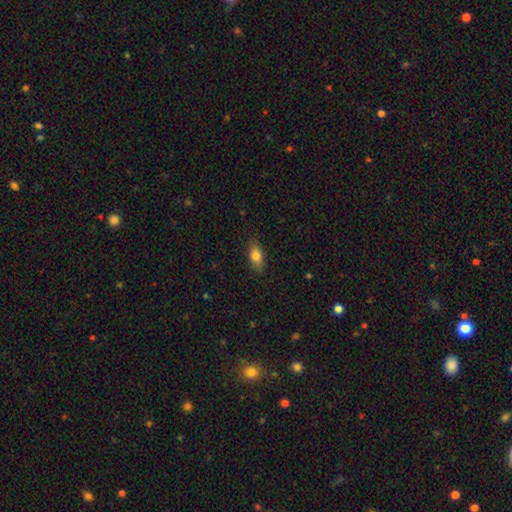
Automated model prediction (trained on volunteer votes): Overall: smooth (78%). How rounded: in between (82%). Merging: none (84%).